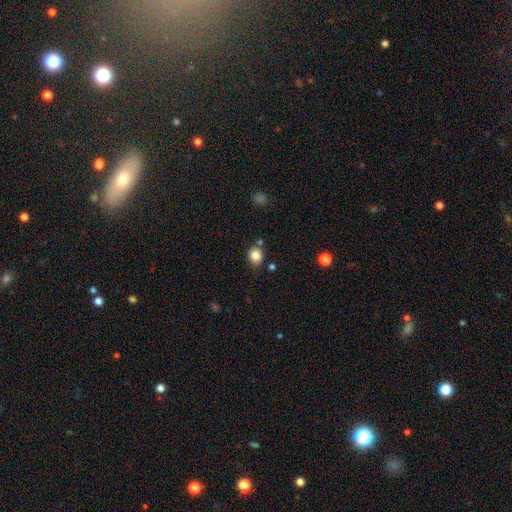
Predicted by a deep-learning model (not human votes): A smooth galaxy with no disk features (84%) that is round (70%).

Vote fractions:
- Smooth or featured? smooth: 84% / star or artifact: 11% / featured or disk: 5%
- How rounded? round: 70% / in between: 29% / cigar-shaped: 1%
- Merging? none: 77% / minor disturbance: 13% / merger: 7% / major disturbance: 3%